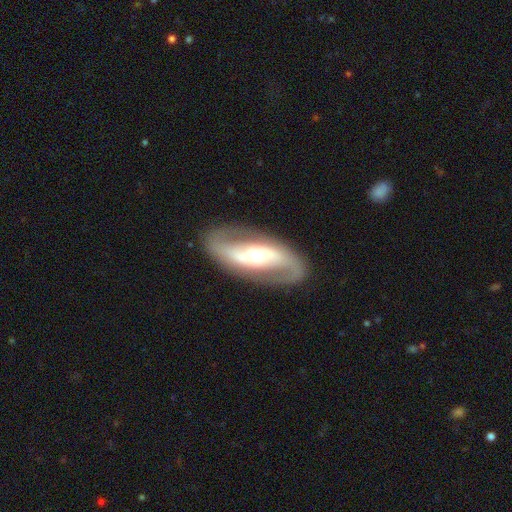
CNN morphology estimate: A featured or disk galaxy (85%) with a strong bar (45%), 2 (92%) loose (45%) spiral arms (91%) and a small central bulge (46%).

Vote fractions:
- Smooth or featured? featured or disk: 85% / smooth: 10% / star or artifact: 5%
- Edge-on disk? no: 93% / yes: 7%
- Bar? strong: 45% / weak: 28% / no: 27%
- Spiral arms? yes: 91% / no: 9%
- Spiral winding? loose: 45% / medium: 40% / tight: 15%
- Spiral arm count? 2: 92% / can't tell: 3% / 1: 2% / 3: 1% / 4: 1% / more than 4: 1%
- Bulge size? small: 46% / moderate: 44% / large: 7% / dominant: 2% / none: 1%
- Merging? none: 84% / minor disturbance: 10% / major disturbance: 5% / merger: 1%